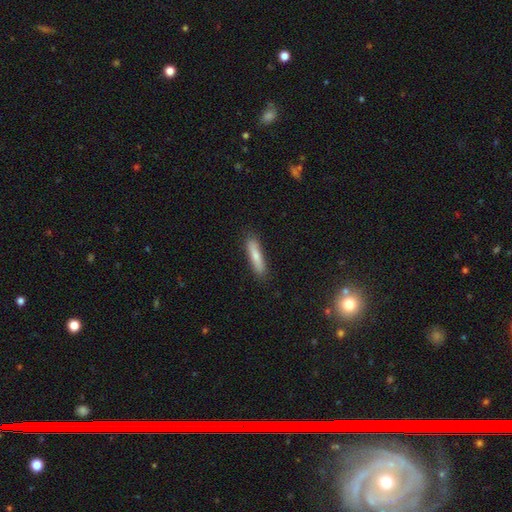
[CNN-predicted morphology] Smooth or featured: smooth — 72% (featured or disk — 22%)
How rounded: cigar-shaped — 81% (in between — 17%)
Merging: none — 86% (minor disturbance — 11%)